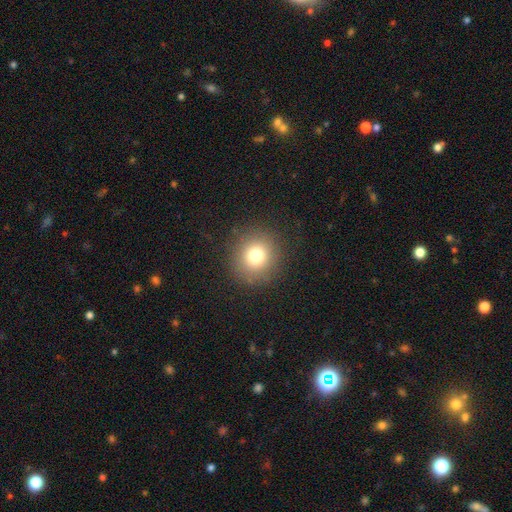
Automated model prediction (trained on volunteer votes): smooth_or_featured: smooth (p=0.76) [alt: star or artifact p=0.14]
how_rounded: round (p=0.89) [alt: in between p=0.10]
merging: none (p=0.88) [alt: minor disturbance p=0.08]